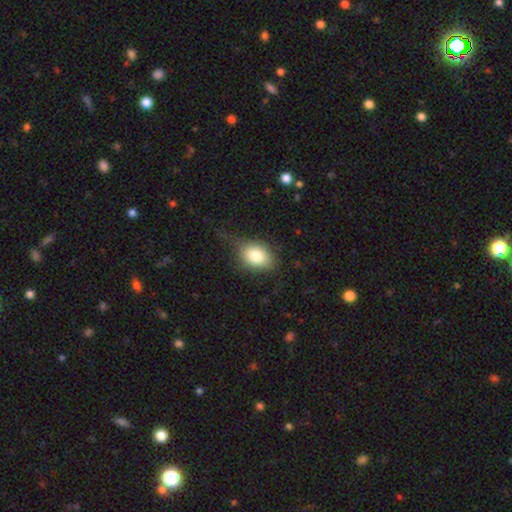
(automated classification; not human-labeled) Q: Smooth or featured?
A: smooth (78%); runner-up: featured or disk (13%)
Q: How rounded?
A: in between (68%); runner-up: round (31%)
Q: Merging?
A: none (55%); runner-up: minor disturbance (28%)